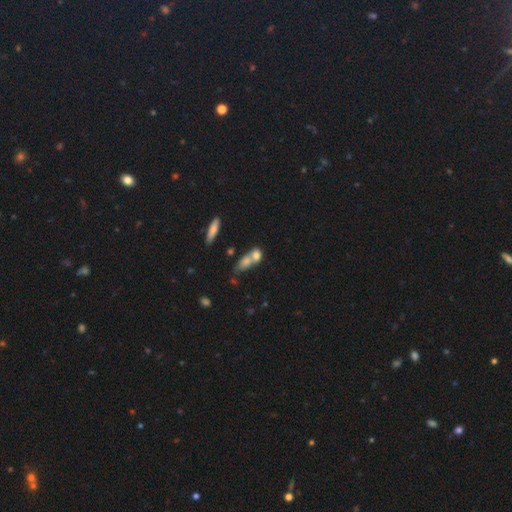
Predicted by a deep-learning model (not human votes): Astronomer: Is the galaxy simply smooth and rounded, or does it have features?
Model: smooth — 71%.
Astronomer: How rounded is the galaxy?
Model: in between — 53% (runner-up: round, 33%).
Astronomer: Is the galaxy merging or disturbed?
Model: merger — 63%.